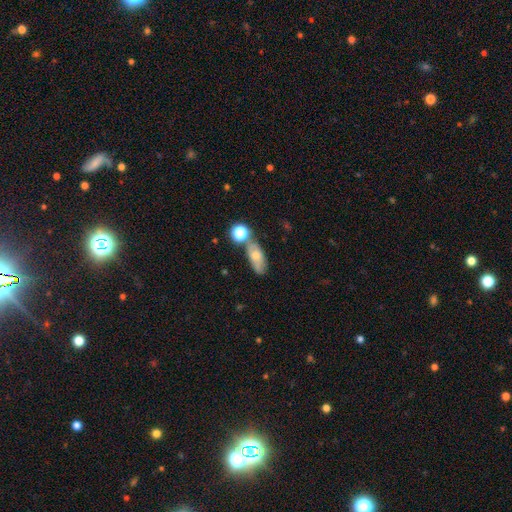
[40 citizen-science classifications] A smooth galaxy with no disk features (72%) that is in between round and cigar-shaped (69%). Merging: none (57%).